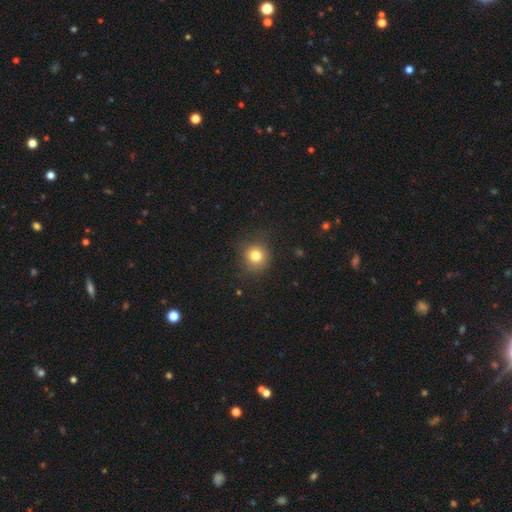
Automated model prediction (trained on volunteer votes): This is likely a smooth galaxy (79%). How rounded: clearly round (89%). Merging: clearly none (82%).